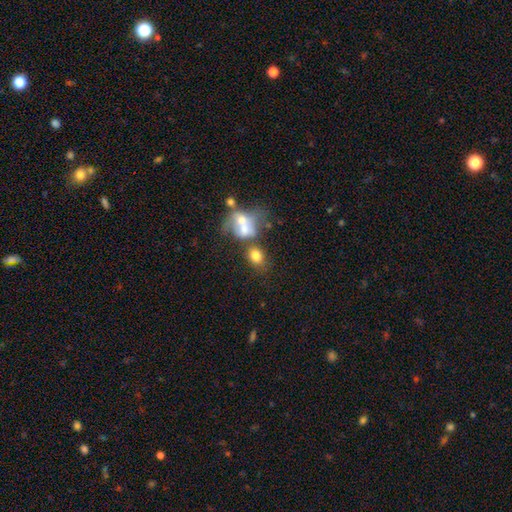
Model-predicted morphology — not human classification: smooth 74%, featured or disk 15%, star or artifact 11%. Down the decision tree: how rounded — in between (58%); merging — none (42%).